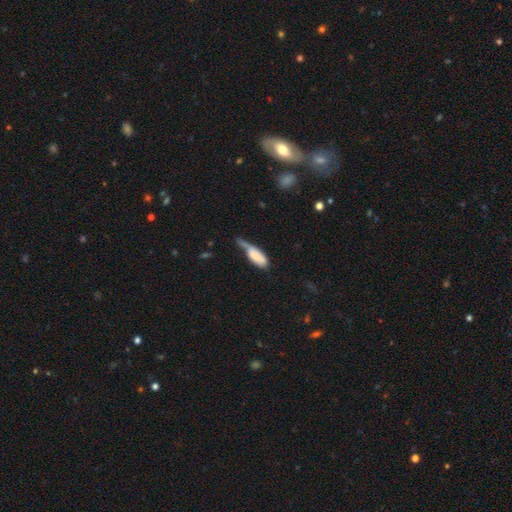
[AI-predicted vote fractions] smooth_or_featured: smooth (p=0.76) [alt: featured or disk p=0.17]
how_rounded: in between (p=0.75) [alt: cigar-shaped p=0.23]
merging: minor disturbance (p=0.36) [alt: major disturbance p=0.28]